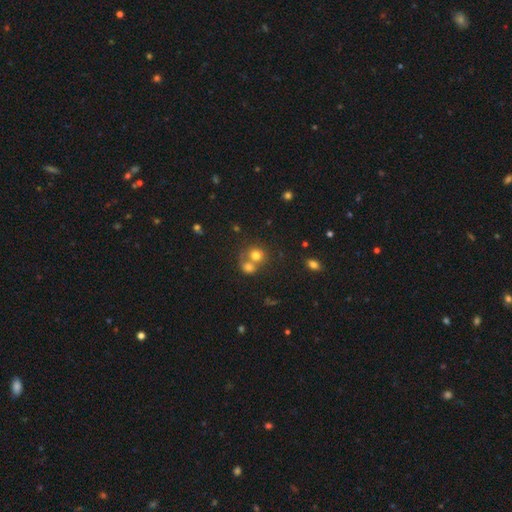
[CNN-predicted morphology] Overall: smooth (71%). How rounded: round (78%). Merging: merger (54%; none 35%).